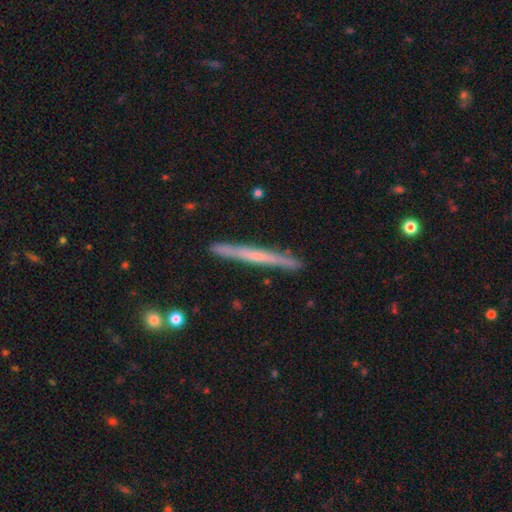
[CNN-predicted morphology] Q: Smooth or featured?
A: featured or disk (56%); runner-up: smooth (38%)
Q: Edge-on disk?
A: yes (97%); runner-up: no (3%)
Q: Edge-on bulge?
A: none (68%); runner-up: rounded (26%)
Q: Merging?
A: none (90%); runner-up: minor disturbance (7%)